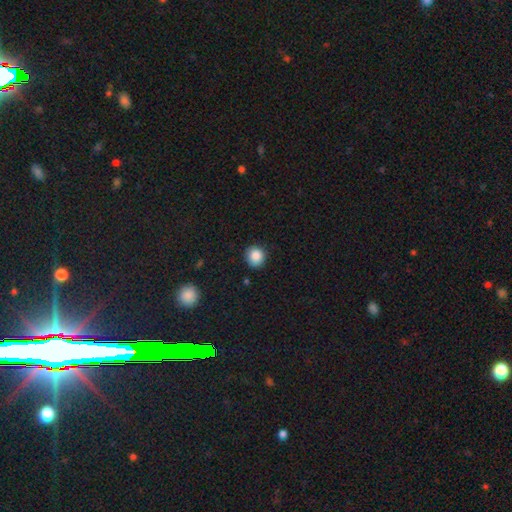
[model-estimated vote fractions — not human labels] smooth-or-featured: smooth: 86% | star or artifact: 9% | featured or disk: 4%
  how-rounded: round: 89% | in between: 10% | cigar-shaped: 1%
  merging: none: 87% | minor disturbance: 10% | major disturbance: 2% | merger: 1%